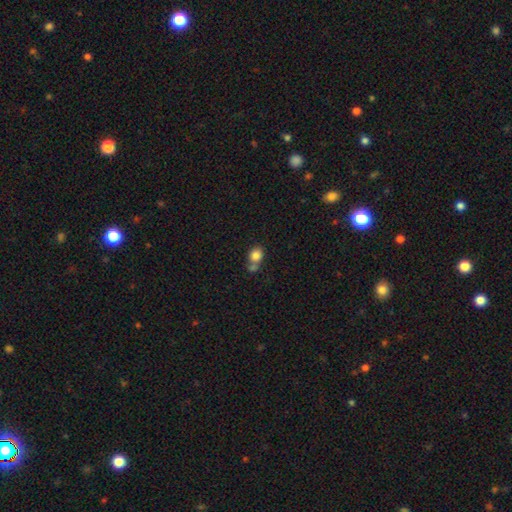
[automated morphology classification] The model was most divided on "merging": none: 45%, merger: 37%, minor disturbance: 13%, major disturbance: 5%. More confident: smooth or featured — smooth (83%); how rounded — round (63%).